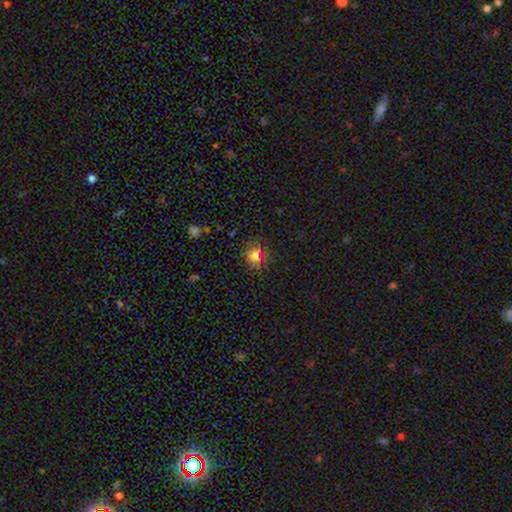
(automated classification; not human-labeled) Smooth or featured? Predicted: smooth (p=0.66). How rounded? Predicted: round (p=0.80). Merging? Predicted: none (p=0.85).